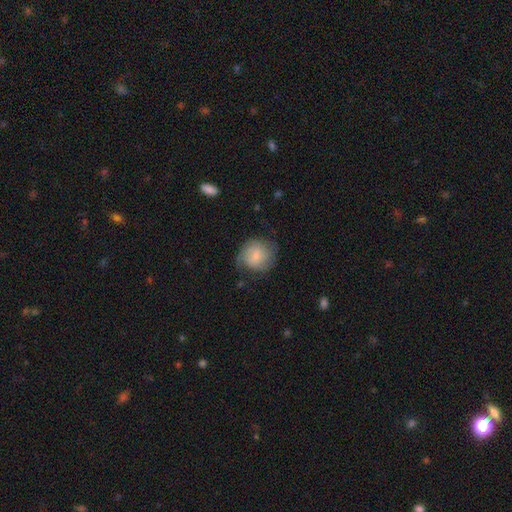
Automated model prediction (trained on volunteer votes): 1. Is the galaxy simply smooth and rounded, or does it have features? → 56% smooth, 37% featured or disk, 7% star or artifact.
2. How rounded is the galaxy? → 86% round, 13% in between, 1% cigar-shaped.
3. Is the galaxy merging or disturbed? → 63% none, 25% minor disturbance, 11% major disturbance, 2% merger.